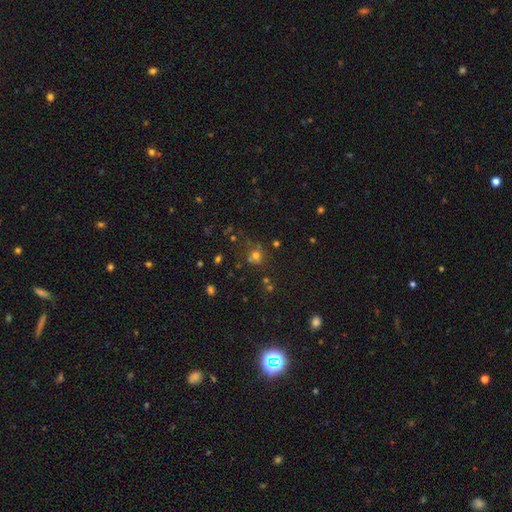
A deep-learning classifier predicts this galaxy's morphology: The model was most divided on "smooth or featured": smooth: 57%, star or artifact: 30%, featured or disk: 13%. More confident: how rounded — round (81%); merging — none (57%).